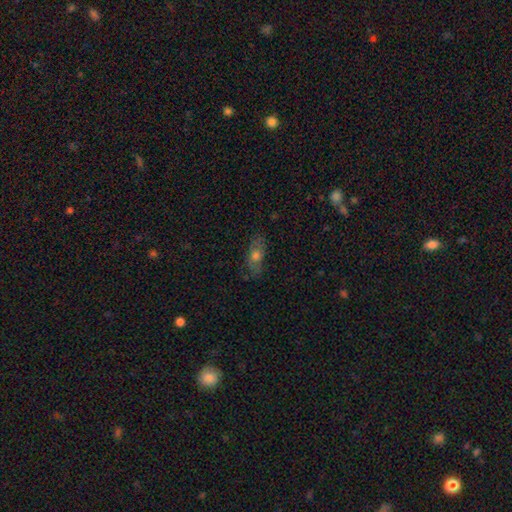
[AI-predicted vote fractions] Smooth or featured? smooth (57%)
How rounded? in between (71%)
Merging? none (75%)